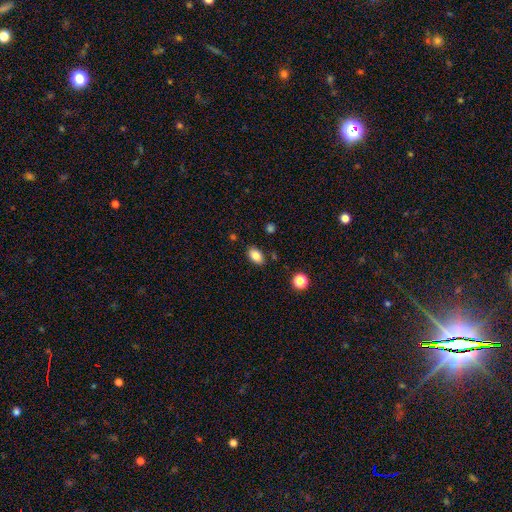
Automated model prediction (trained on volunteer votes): Overall: smooth (84%). How rounded: in between (87%). Merging: none (84%).